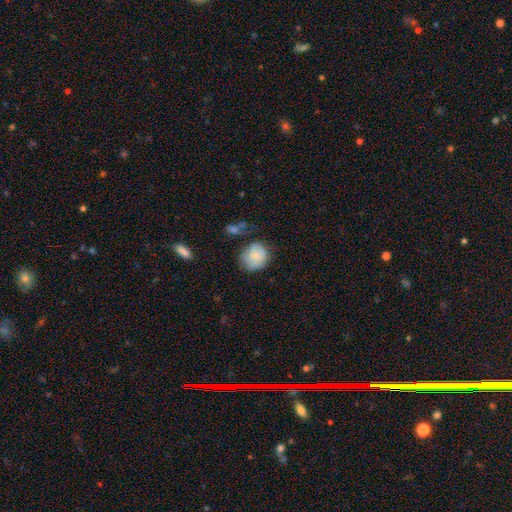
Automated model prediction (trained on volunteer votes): smooth-or-featured: smooth: 74% | featured or disk: 18% | star or artifact: 8%
  how-rounded: round: 68% | in between: 31% | cigar-shaped: 1%
  merging: none: 52% | minor disturbance: 30% | major disturbance: 12% | merger: 5%